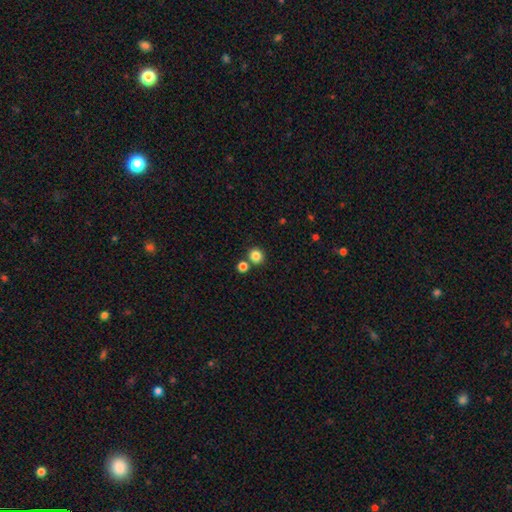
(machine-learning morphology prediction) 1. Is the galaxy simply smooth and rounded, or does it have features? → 83% smooth, 12% star or artifact, 5% featured or disk.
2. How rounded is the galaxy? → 91% round, 8% in between, 1% cigar-shaped.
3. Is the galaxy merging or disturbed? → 77% none, 14% merger, 7% minor disturbance, 2% major disturbance.